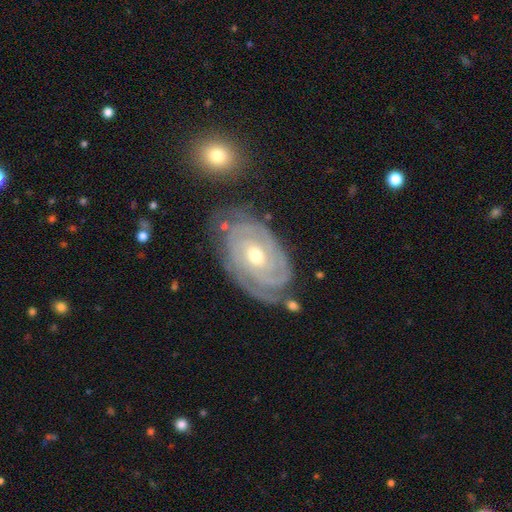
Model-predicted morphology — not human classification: The model was most divided on "spiral arm count": 2: 33%, can't tell: 29%, 3: 20%, 4: 8%, 1: 5%, more than 4: 5%. More confident: spiral arms — yes (96%); edge-on disk — no (96%); smooth or featured — featured or disk (87%); spiral winding — tight (81%); bar — no (69%); merging — none (68%); bulge size — moderate (57%).